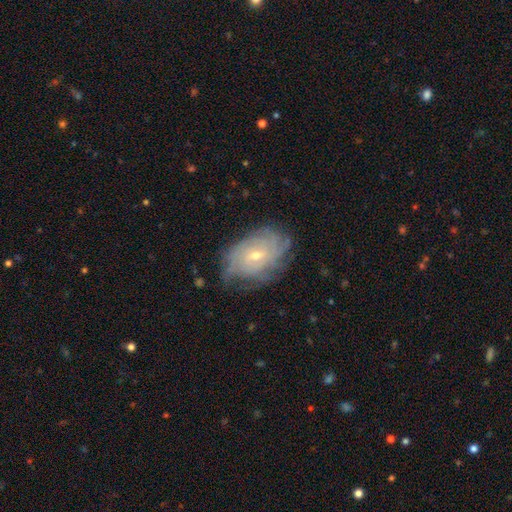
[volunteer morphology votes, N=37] Smooth or featured? 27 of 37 (73%) said featured or disk. Edge-on disk? 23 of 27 (85%) said no. Bar? 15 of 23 (65%) said no. Spiral arms? 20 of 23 (87%) said yes. Spiral winding? 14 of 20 (70%) said tight. Spiral arm count? 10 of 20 (50%) said can't tell. Bulge size? 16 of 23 (70%) said small. Merging? 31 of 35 (89%) said none.